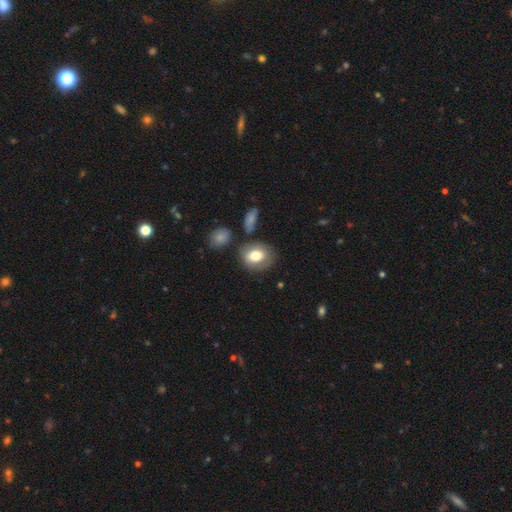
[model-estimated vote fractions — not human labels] The model was most divided on "how rounded": round: 52%, in between: 46%, cigar-shaped: 1%. More confident: smooth or featured — smooth (72%); merging — none (70%).